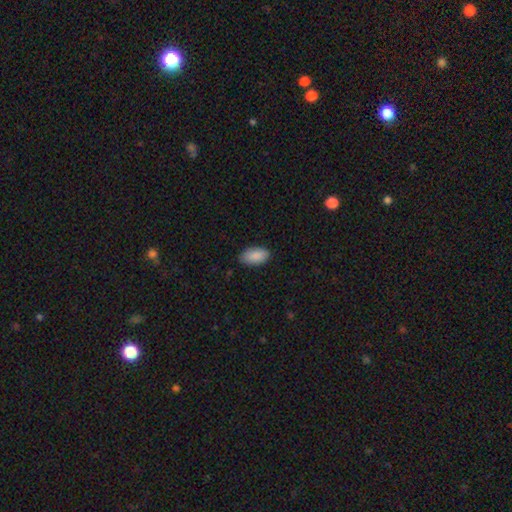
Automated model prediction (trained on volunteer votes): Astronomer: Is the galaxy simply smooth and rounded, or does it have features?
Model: smooth — 89%.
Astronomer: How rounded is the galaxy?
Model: in between — 94%.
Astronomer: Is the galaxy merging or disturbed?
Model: none — 83%.